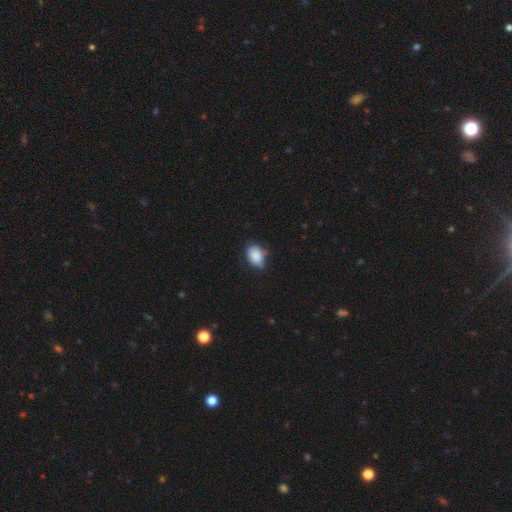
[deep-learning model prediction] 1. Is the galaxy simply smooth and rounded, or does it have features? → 87% smooth, 8% star or artifact, 5% featured or disk.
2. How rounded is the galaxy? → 77% in between, 21% round, 1% cigar-shaped.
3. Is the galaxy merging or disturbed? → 66% none, 28% minor disturbance, 4% major disturbance, 2% merger.